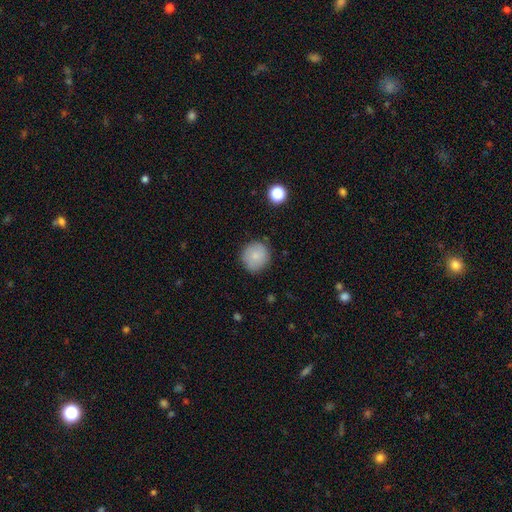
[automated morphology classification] smooth-or-featured: smooth: 80% | featured or disk: 12% | star or artifact: 8%
  how-rounded: round: 91% | in between: 8% | cigar-shaped: 1%
  merging: none: 84% | minor disturbance: 12% | major disturbance: 3% | merger: 1%